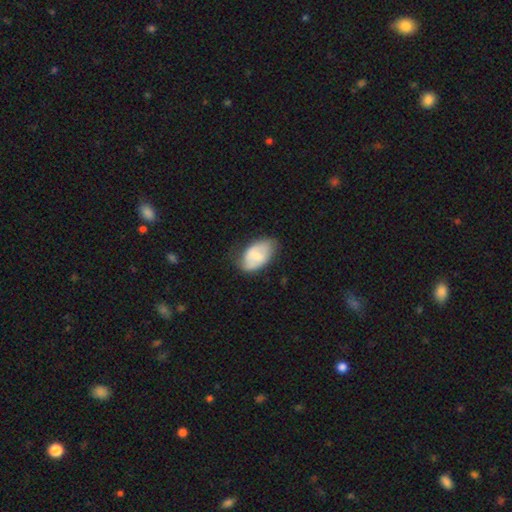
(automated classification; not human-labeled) The model was most divided on "smooth or featured": smooth: 55%, featured or disk: 38%, star or artifact: 6%. More confident: how rounded — in between (92%); merging — none (63%).